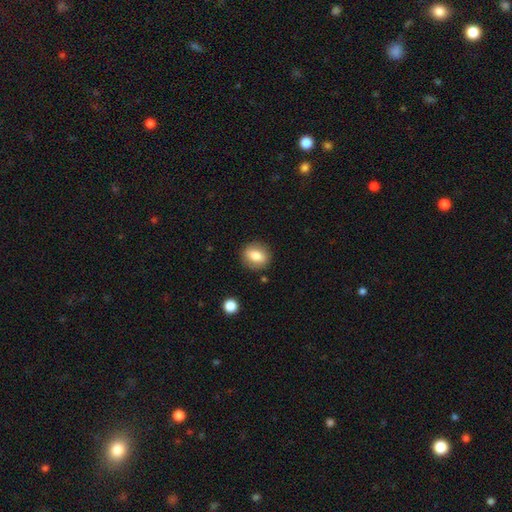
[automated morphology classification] type=smooth (74%); roundness=round (57%); merging=none (86%).